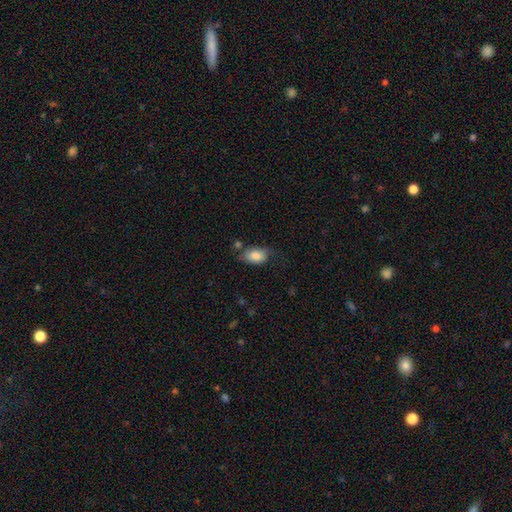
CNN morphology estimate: A smooth galaxy with no disk features (81%) that is in between round and cigar-shaped (90%). Merging: none (52%).